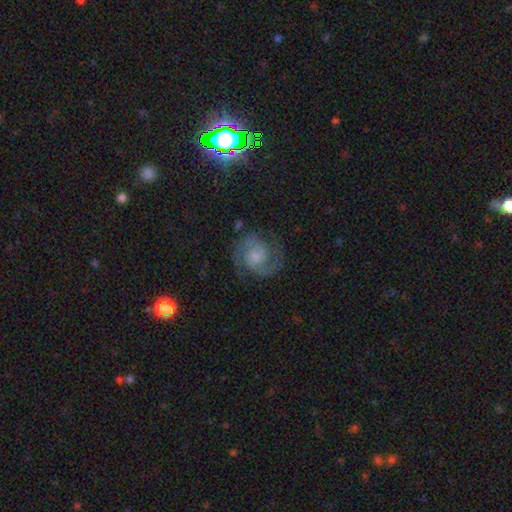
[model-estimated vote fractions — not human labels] featured or disk 80%, smooth 13%, star or artifact 7%. Down the decision tree: edge-on disk — no (98%); bar — no (61%); spiral arms — yes (96%); spiral arm count — 2 (86%); spiral winding — medium (51%); bulge size — small (38%); merging — none (76%).